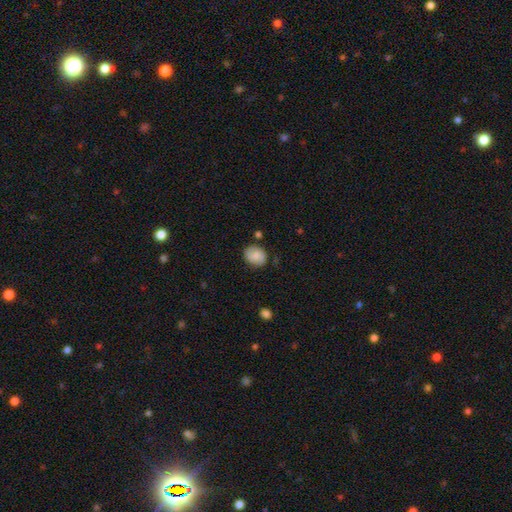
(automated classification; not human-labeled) Smooth or featured?
  - smooth: 57% *
  - featured or disk: 34%
  - star or artifact: 8%
How rounded?
  - round: 71% *
  - in between: 28%
  - cigar-shaped: 1%
Merging?
  - none: 79% *
  - minor disturbance: 15%
  - major disturbance: 4%
  - merger: 3%